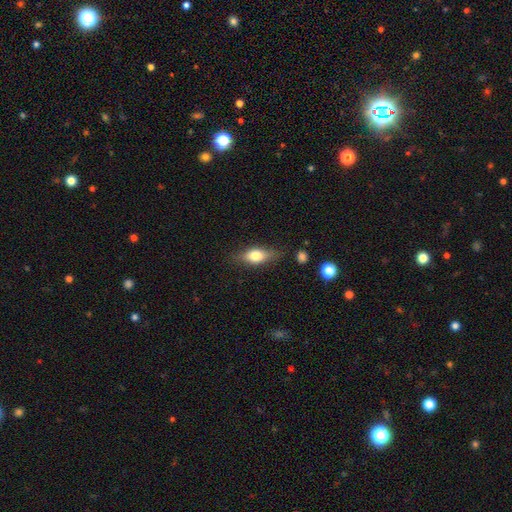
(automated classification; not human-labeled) Smooth or featured? Predicted: smooth (p=0.64). How rounded? Predicted: in between (p=0.74). Merging? Predicted: none (p=0.75).